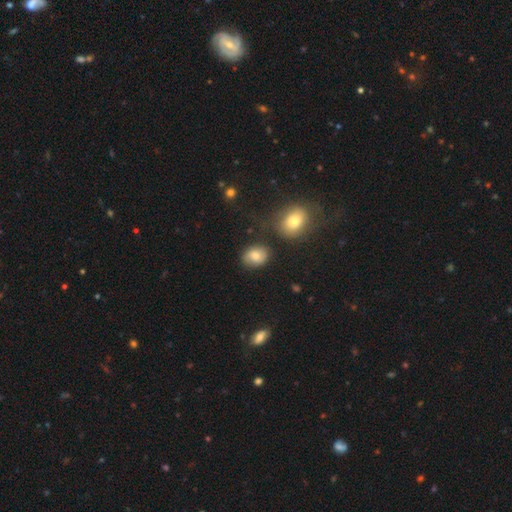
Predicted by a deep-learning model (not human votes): Smooth or featured? Predicted: smooth (p=0.74). How rounded? Predicted: in between (p=0.54). Merging? Predicted: none (p=0.75).